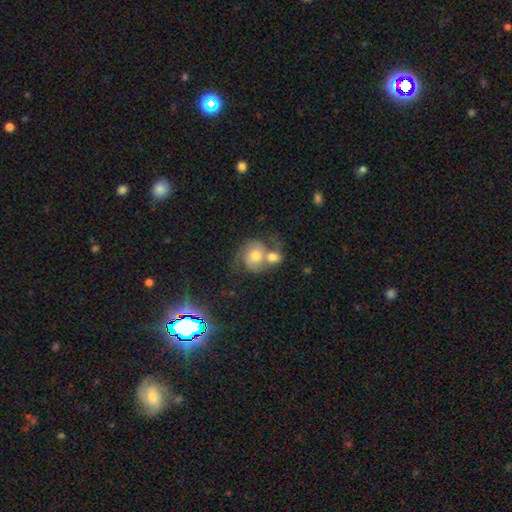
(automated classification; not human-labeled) Smooth or featured? featured or disk (57%)
Edge-on disk? no (97%)
Bar? no (72%)
Spiral arms? yes (84%)
Bulge size? moderate (64%)
Merging? merger (59%)